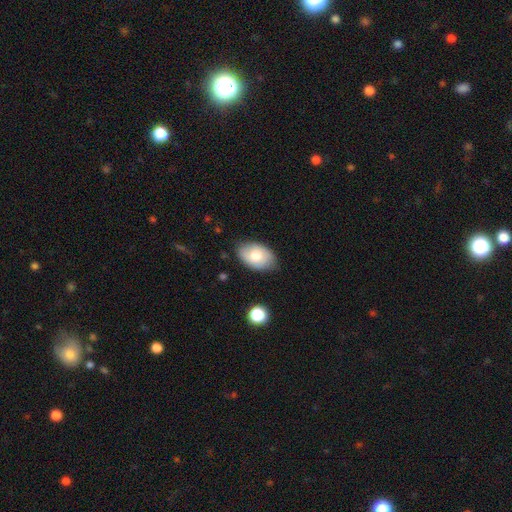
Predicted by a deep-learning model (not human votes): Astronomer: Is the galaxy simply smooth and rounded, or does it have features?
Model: smooth — 72%.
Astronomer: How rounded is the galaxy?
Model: in between — 89%.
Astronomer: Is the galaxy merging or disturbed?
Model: none — 78%.